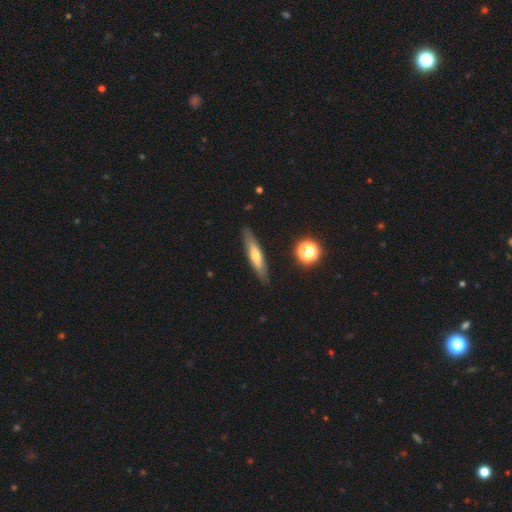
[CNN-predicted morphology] smooth_or_featured: smooth (p=0.48) [alt: featured or disk p=0.44]
merging: none (p=0.87) [alt: minor disturbance p=0.10]